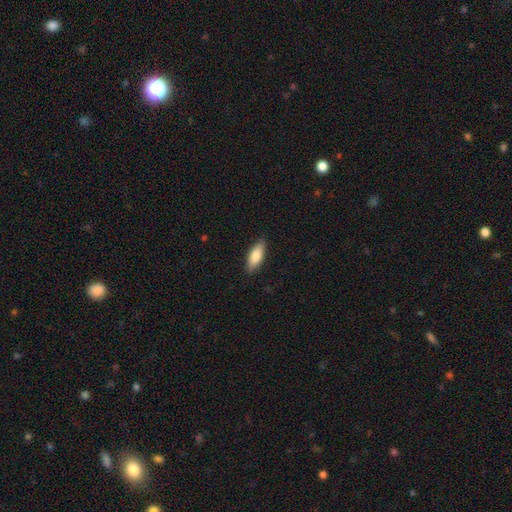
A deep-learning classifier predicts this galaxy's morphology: A smooth galaxy with no disk features (81%) that is in between round and cigar-shaped (69%).

Vote fractions:
- Smooth or featured? smooth: 81% / featured or disk: 13% / star or artifact: 6%
- How rounded? in between: 69% / cigar-shaped: 29% / round: 2%
- Merging? none: 87% / minor disturbance: 10% / major disturbance: 2% / merger: 1%